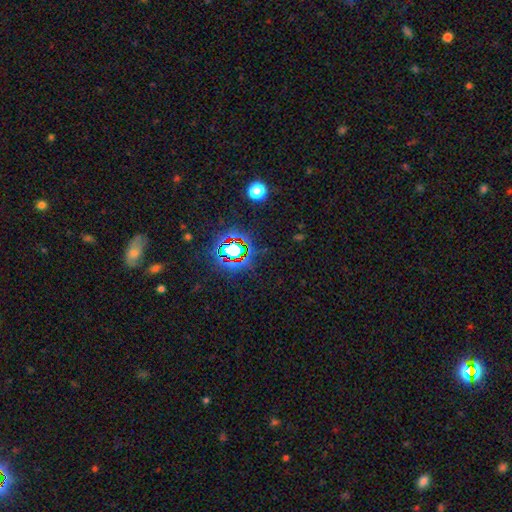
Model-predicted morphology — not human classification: Smooth or featured? star or artifact (75%)